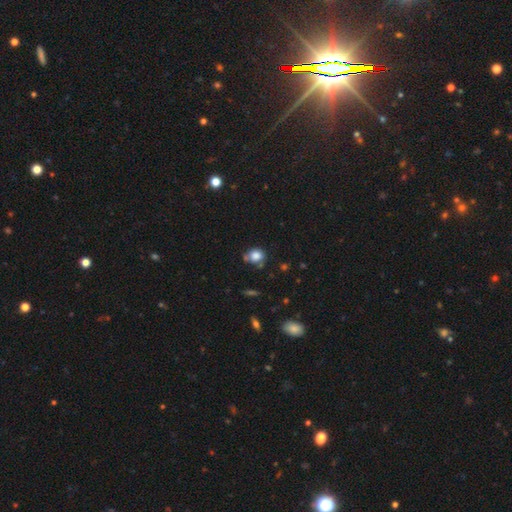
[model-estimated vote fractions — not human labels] Smooth or featured: smooth — 81% (star or artifact — 11%)
How rounded: round — 70% (in between — 28%)
Merging: none — 58% (minor disturbance — 24%)